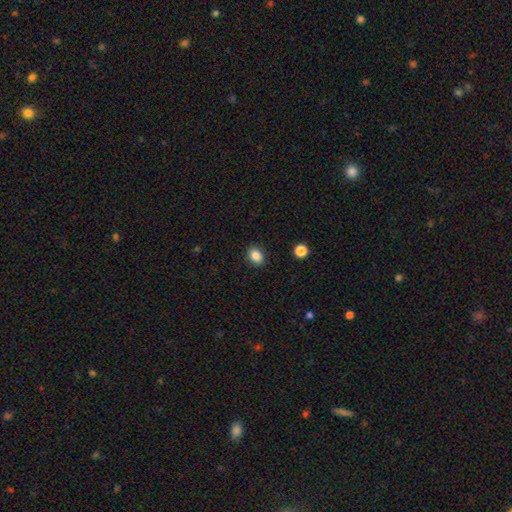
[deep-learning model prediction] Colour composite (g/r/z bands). It shows a smooth galaxy with no disk features (86%) that is in between round and cigar-shaped (63%). Merging: none (89%).